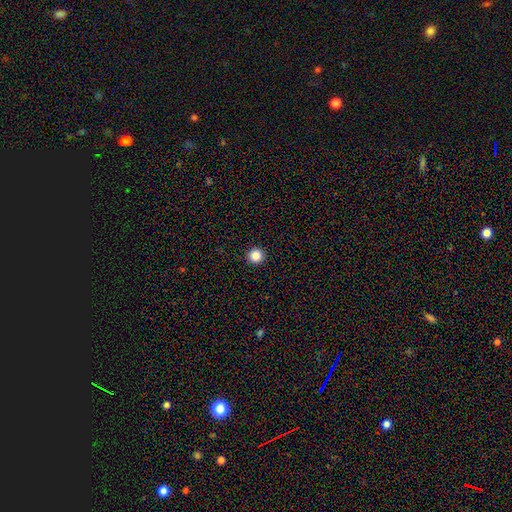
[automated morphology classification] smooth 87%, star or artifact 11%, featured or disk 3%. Down the decision tree: how rounded — round (96%); merging — none (94%).